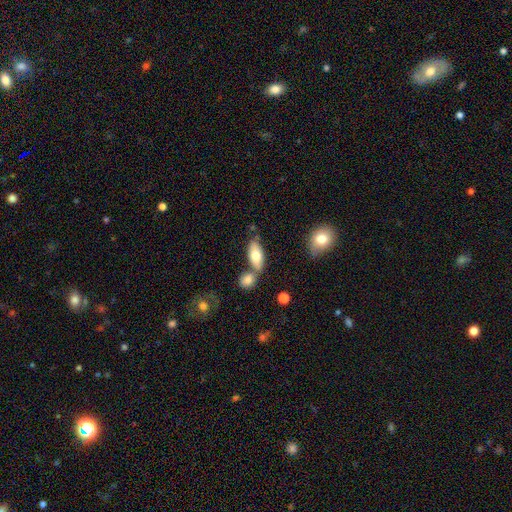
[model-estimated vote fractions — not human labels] Q: Smooth or featured?
A: smooth (73%); runner-up: featured or disk (20%)
Q: How rounded?
A: in between (84%); runner-up: cigar-shaped (13%)
Q: Merging?
A: none (55%); runner-up: merger (28%)